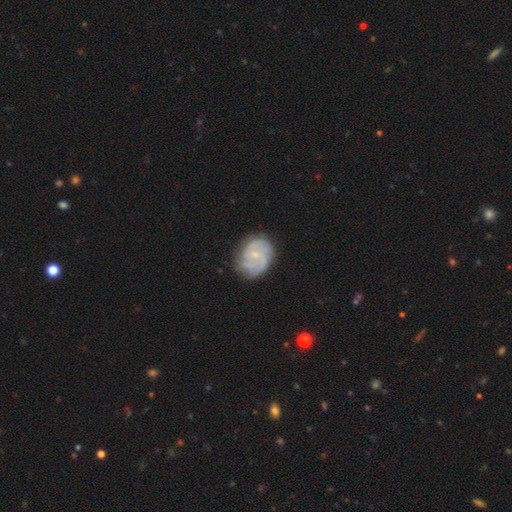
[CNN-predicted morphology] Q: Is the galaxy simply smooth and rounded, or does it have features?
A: featured or disk — 73%.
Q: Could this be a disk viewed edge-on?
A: no — 98%.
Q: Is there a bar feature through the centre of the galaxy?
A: no — 72%.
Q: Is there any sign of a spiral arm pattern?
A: yes — 91%.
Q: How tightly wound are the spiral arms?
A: tight — 54%.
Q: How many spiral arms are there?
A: can't tell — 32%.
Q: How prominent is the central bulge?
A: small — 74%.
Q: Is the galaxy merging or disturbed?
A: none — 71%.